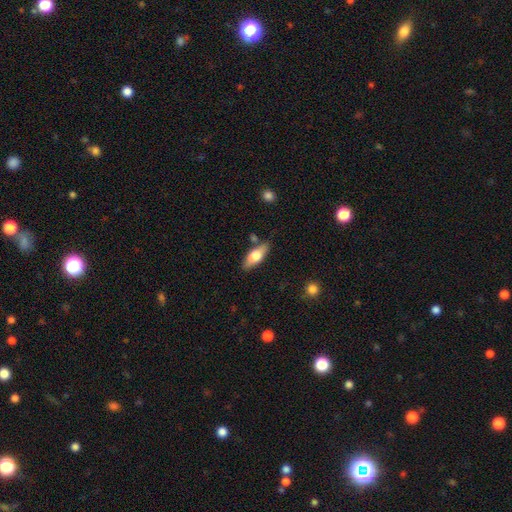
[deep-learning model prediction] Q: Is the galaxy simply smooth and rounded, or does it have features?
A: smooth — 63%.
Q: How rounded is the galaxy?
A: in between — 70%.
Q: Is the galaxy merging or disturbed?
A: none — 77%.